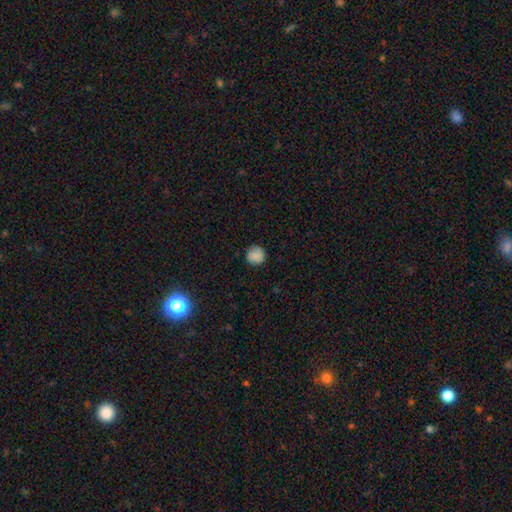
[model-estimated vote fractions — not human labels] Morphology: type=smooth (78%); roundness=round (92%); merging=none (83%).